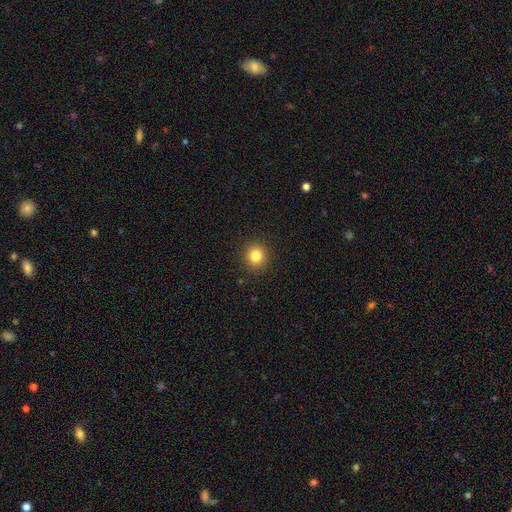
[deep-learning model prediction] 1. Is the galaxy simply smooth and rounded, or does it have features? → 82% smooth, 12% star or artifact, 6% featured or disk.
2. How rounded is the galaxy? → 90% round, 10% in between, 1% cigar-shaped.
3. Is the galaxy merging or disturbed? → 91% none, 6% minor disturbance, 2% major disturbance, 1% merger.